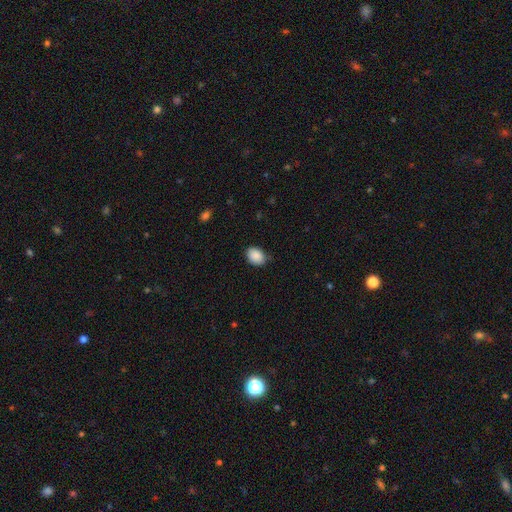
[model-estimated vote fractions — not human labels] smooth-or-featured: smooth: 89% | star or artifact: 7% | featured or disk: 4%
  how-rounded: in between: 67% | round: 32% | cigar-shaped: 1%
  merging: none: 77% | minor disturbance: 19% | major disturbance: 3% | merger: 1%